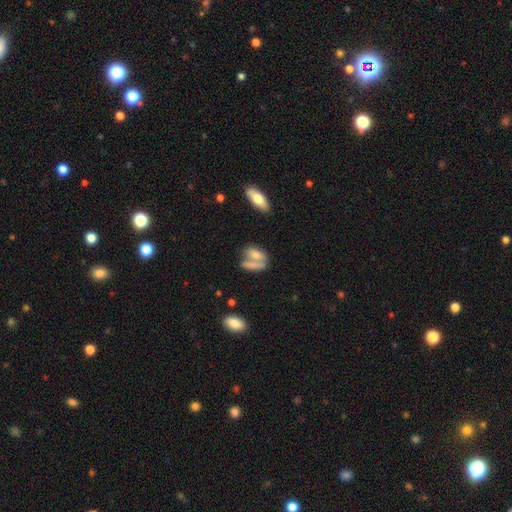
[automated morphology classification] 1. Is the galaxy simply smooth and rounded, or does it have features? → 65% smooth, 26% featured or disk, 9% star or artifact.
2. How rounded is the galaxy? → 75% in between, 14% round, 11% cigar-shaped.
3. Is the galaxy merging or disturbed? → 40% merger, 35% none, 14% minor disturbance, 11% major disturbance.